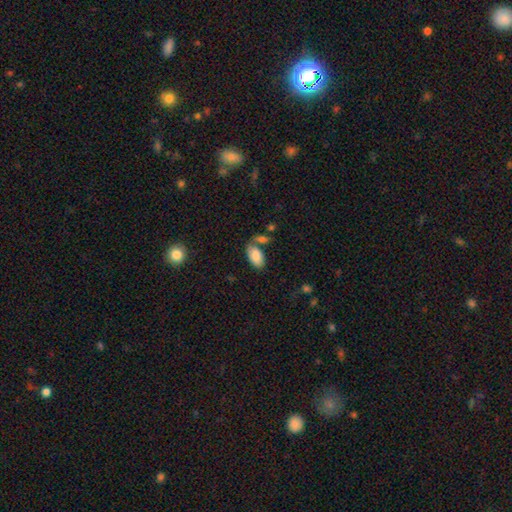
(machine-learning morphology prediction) Smooth or featured? Predicted: smooth (p=0.85). How rounded? Predicted: in between (p=0.95). Merging? Predicted: none (p=0.59).